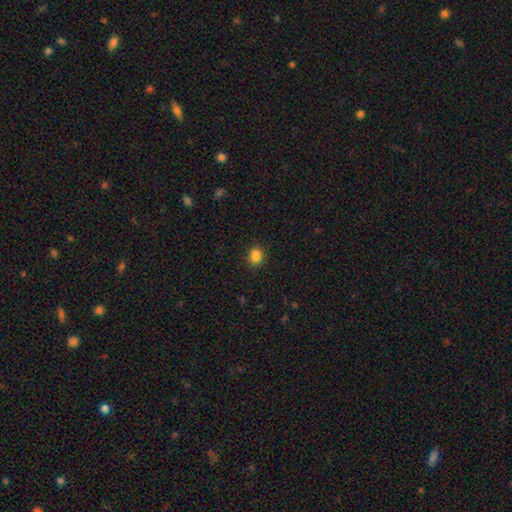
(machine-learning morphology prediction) Smooth or featured? smooth (85%)
How rounded? round (61%)
Merging? none (83%)